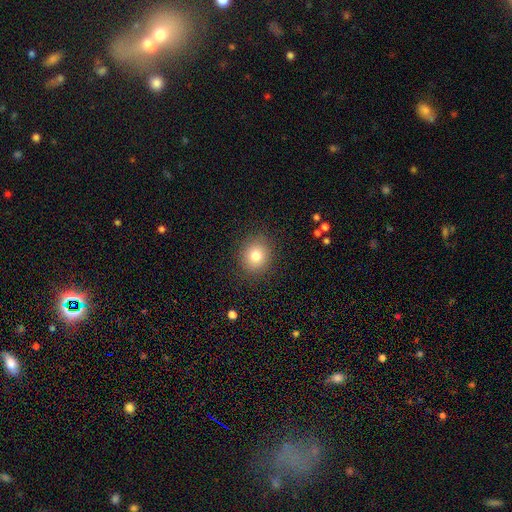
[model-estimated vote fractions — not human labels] smooth 80%, star or artifact 11%, featured or disk 9%. Down the decision tree: how rounded — round (76%); merging — none (87%).